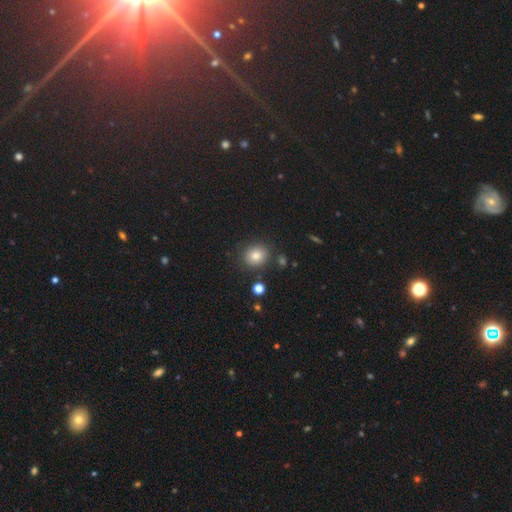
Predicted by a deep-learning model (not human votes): smooth_or_featured: smooth (p=0.81) [alt: star or artifact p=0.12]
how_rounded: round (p=0.74) [alt: in between p=0.25]
merging: none (p=0.84) [alt: minor disturbance p=0.09]